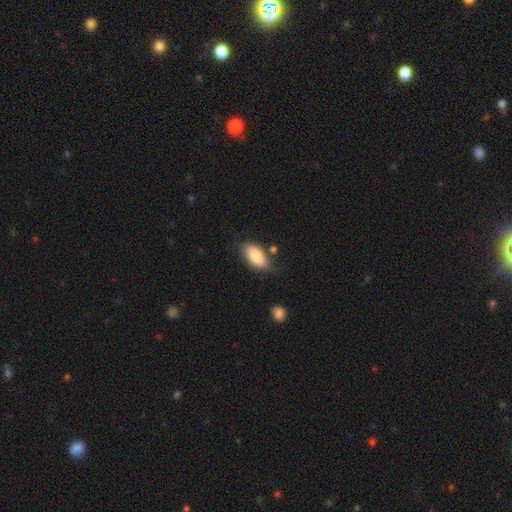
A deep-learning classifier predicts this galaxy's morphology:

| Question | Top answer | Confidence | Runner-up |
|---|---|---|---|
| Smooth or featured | smooth | 81% | featured or disk (13%) |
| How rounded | in between | 90% | cigar-shaped (7%) |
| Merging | none | 72% | minor disturbance (19%) |